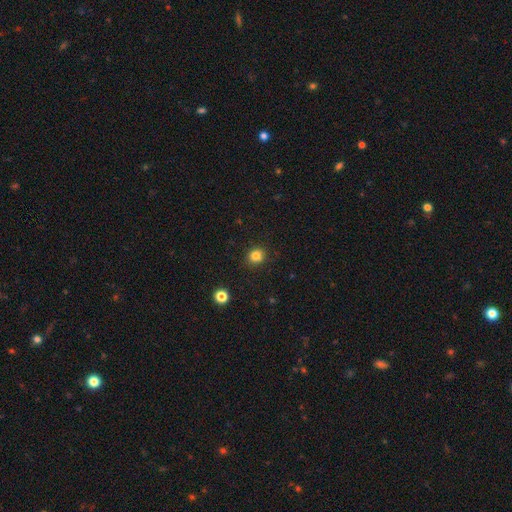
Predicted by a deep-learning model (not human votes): Morphology: type=smooth (81%); roundness=round (80%); merging=none (87%).